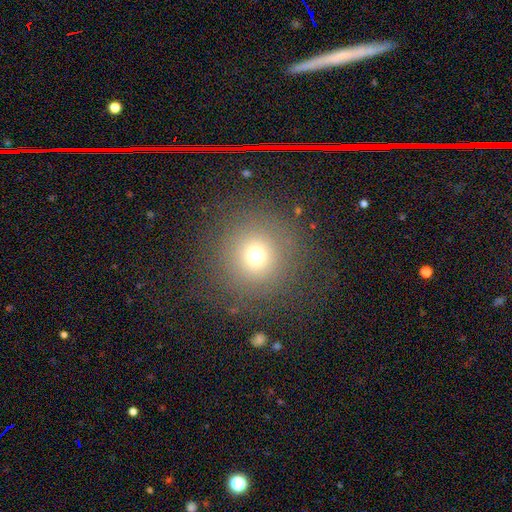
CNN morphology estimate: A smooth galaxy with no disk features (69%) that is round (95%).

Vote fractions:
- Smooth or featured? smooth: 69% / star or artifact: 19% / featured or disk: 12%
- How rounded? round: 95% / in between: 4% / cigar-shaped: 1%
- Merging? none: 84% / minor disturbance: 8% / major disturbance: 6% / merger: 1%